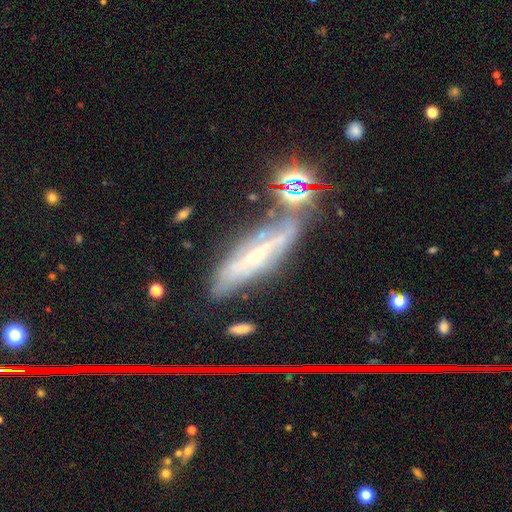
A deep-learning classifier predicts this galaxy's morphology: Smooth or featured? Predicted: featured or disk (p=0.57). Edge-on disk? Predicted: yes (p=0.61). Merging? Predicted: none (p=0.64).